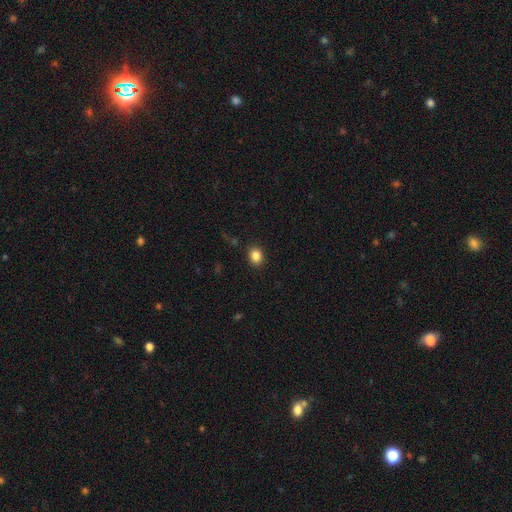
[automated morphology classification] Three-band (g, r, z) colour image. It shows a smooth galaxy with no disk features (85%) that is round (52%). Merging: none (89%).